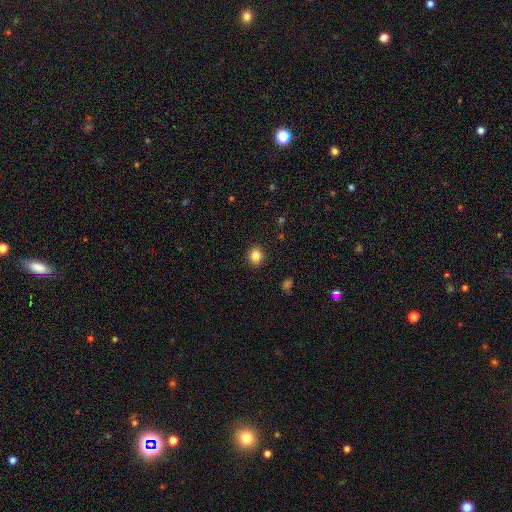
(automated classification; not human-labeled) Smooth or featured?
  - smooth: 85% *
  - star or artifact: 11%
  - featured or disk: 5%
How rounded?
  - round: 74% *
  - in between: 25%
  - cigar-shaped: 1%
Merging?
  - none: 91% *
  - minor disturbance: 6%
  - major disturbance: 2%
  - merger: 1%